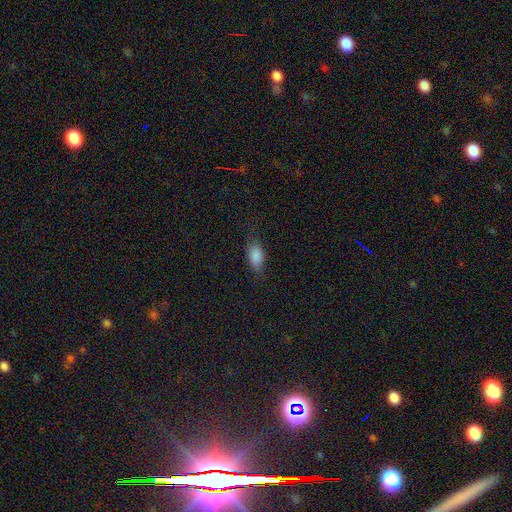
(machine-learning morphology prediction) Overall: smooth (83%). How rounded: in between (86%). Merging: none (72%).